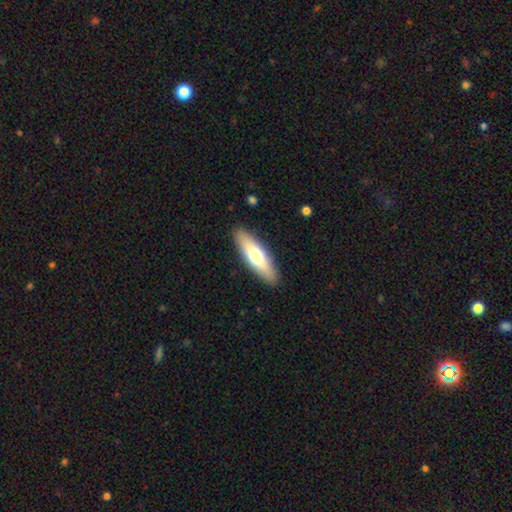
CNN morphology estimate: A smooth galaxy with no disk features (62%) that is cigar-shaped (60%). Merging: none (90%).